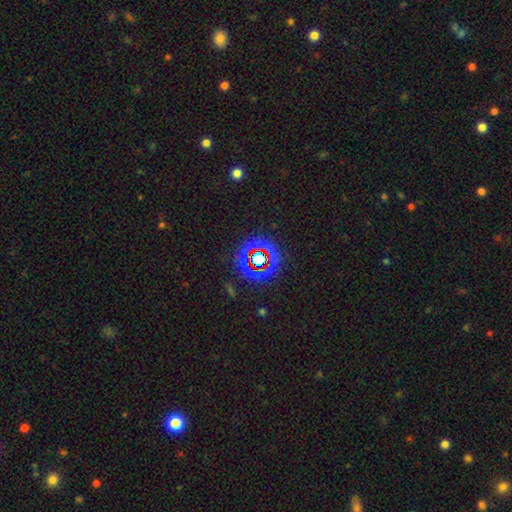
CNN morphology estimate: Smooth or featured: star or artifact — 74% (featured or disk — 13%)